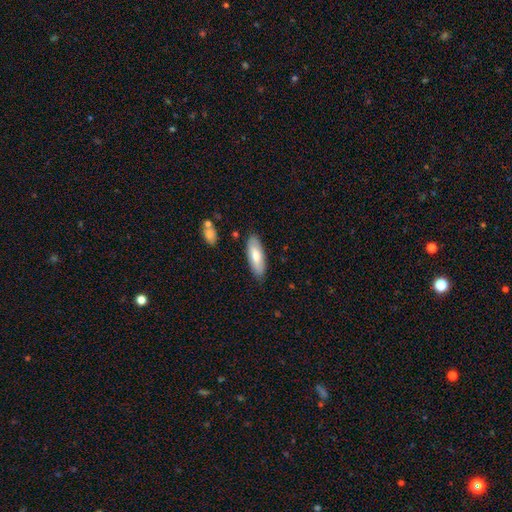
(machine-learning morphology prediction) Smooth or featured? Predicted: smooth (p=0.70). How rounded? Predicted: in between (p=0.70). Merging? Predicted: none (p=0.84).